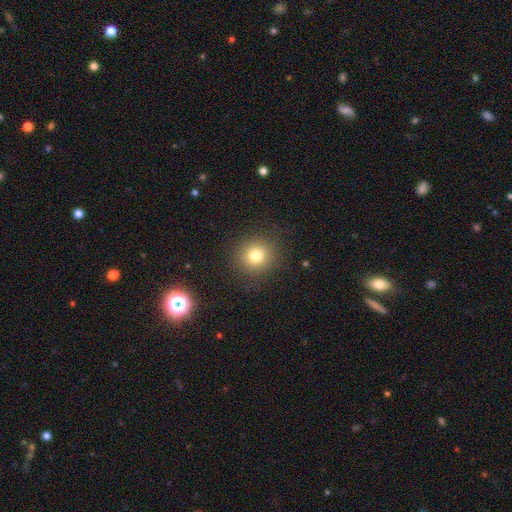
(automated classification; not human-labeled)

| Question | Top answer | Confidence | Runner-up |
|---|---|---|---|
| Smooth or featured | smooth | 79% | star or artifact (13%) |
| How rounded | round | 90% | in between (9%) |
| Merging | none | 89% | minor disturbance (7%) |